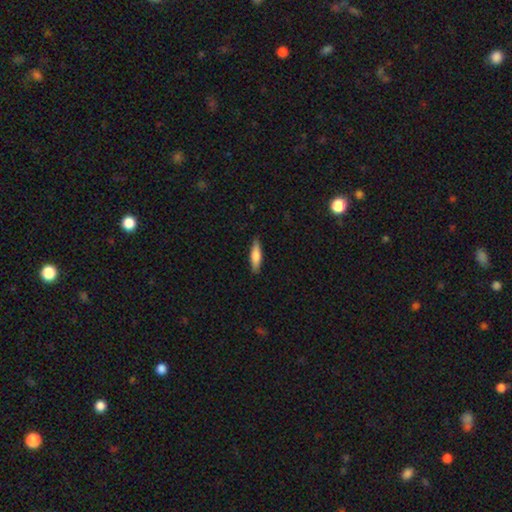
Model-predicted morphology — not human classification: smooth 75%, featured or disk 19%, star or artifact 6%. Down the decision tree: how rounded — cigar-shaped (67%); merging — none (88%).